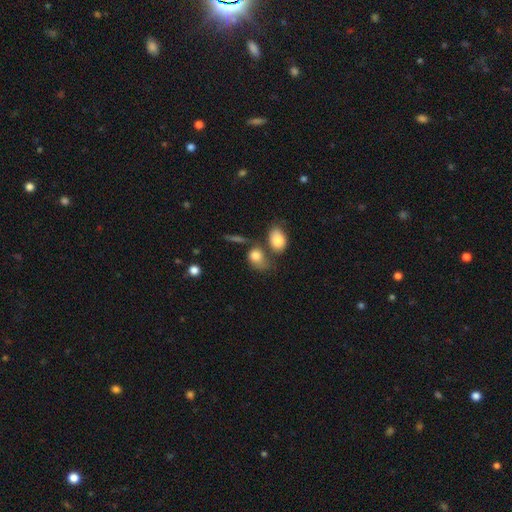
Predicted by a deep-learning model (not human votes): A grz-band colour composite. It shows a smooth galaxy with no disk features (79%) that is in between round and cigar-shaped (66%). Merging: none (36%).